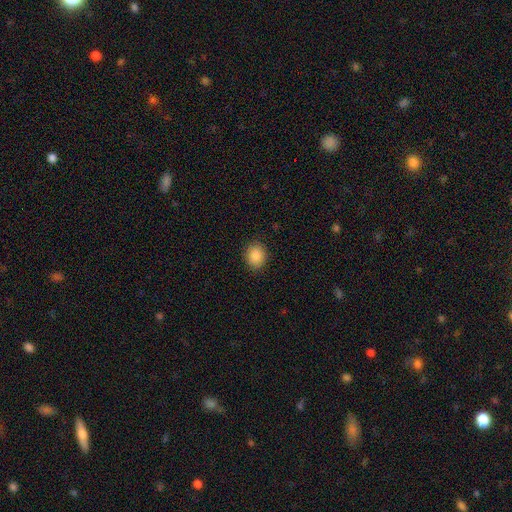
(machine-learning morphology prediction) smooth-or-featured: smooth: 88% | star or artifact: 8% | featured or disk: 4%
  how-rounded: round: 52% | in between: 47% | cigar-shaped: 1%
  merging: none: 89% | minor disturbance: 8% | major disturbance: 2% | merger: 1%